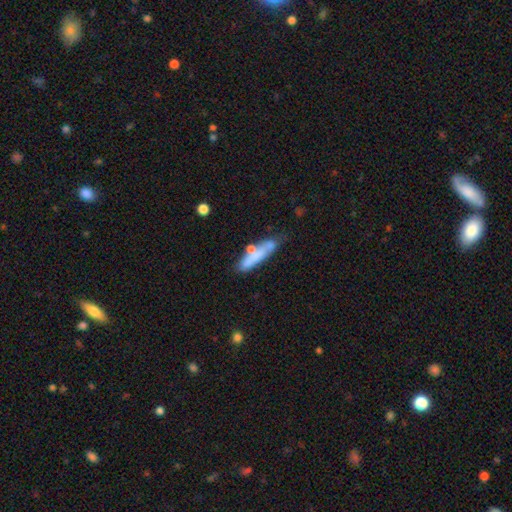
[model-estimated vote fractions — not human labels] This is likely a smooth galaxy (67%). How rounded: clearly cigar-shaped (80%). Merging: possibly none (56%).